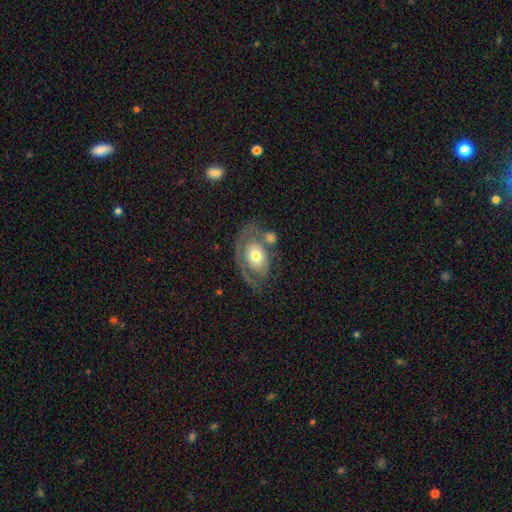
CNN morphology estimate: The model was most divided on "spiral arms": no: 55%, yes: 45%. Remaining: edge-on disk — no (94%); bar — no (86%); bulge size — moderate (68%); smooth or featured — featured or disk (56%); merging — none (43%).